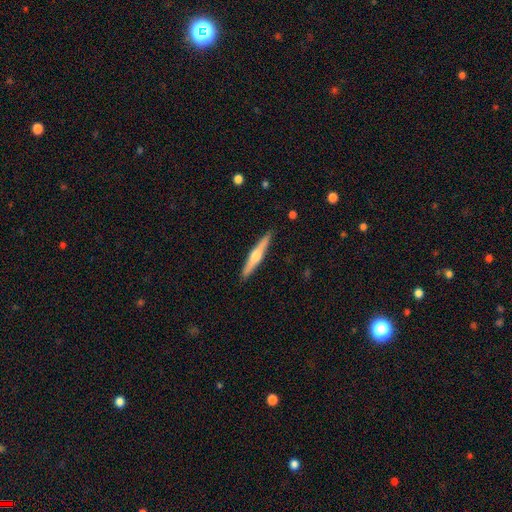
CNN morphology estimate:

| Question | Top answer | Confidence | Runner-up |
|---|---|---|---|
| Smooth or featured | featured or disk | 63% | smooth (32%) |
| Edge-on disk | yes | 98% | no (2%) |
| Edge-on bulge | rounded | 90% | none (5%) |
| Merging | none | 91% | minor disturbance (7%) |